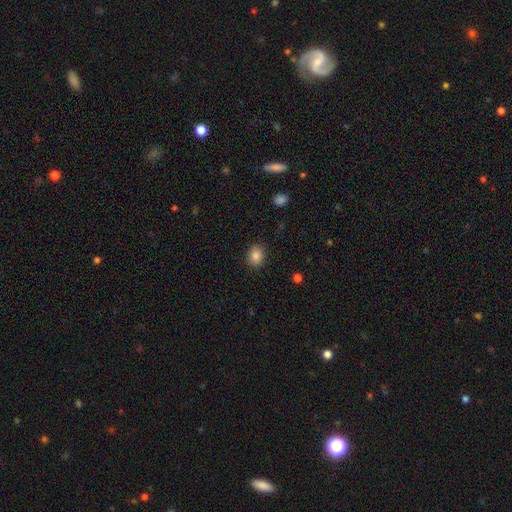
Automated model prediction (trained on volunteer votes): This is clearly a smooth galaxy (85%). How rounded: possibly round (54%). Merging: clearly none (89%).